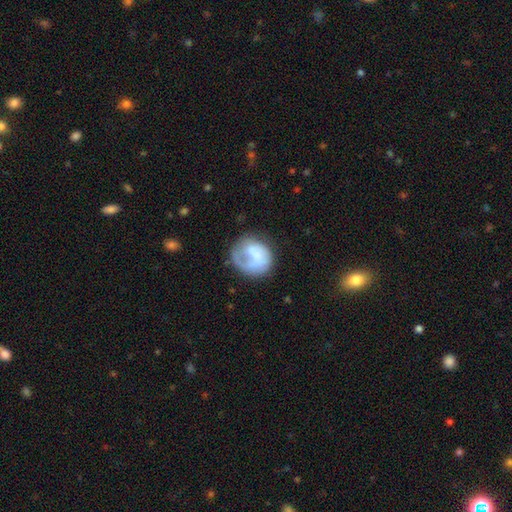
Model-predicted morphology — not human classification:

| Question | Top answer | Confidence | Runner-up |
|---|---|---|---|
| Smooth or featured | smooth | 54% | featured or disk (39%) |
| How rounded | round | 74% | in between (25%) |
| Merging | none | 48% | major disturbance (27%) |